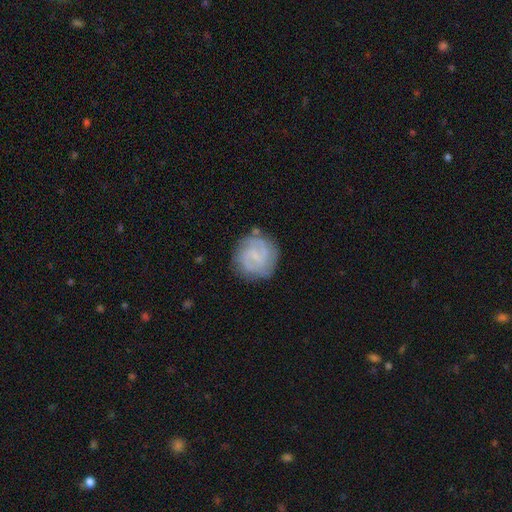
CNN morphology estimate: A featured or disk galaxy (69%) with a weak bar (54%), 2 (51%) tight (44%) spiral arms (90%) and a small central bulge (61%). Merging: none (77%).